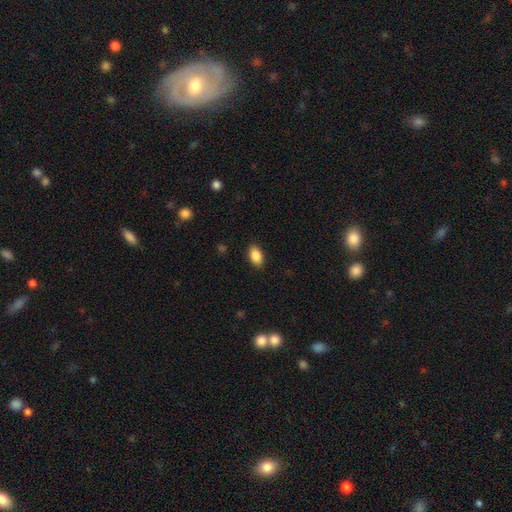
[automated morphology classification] A smooth galaxy with no disk features (88%) that is in between round and cigar-shaped (91%).

Vote fractions:
- Smooth or featured? smooth: 88% / star or artifact: 8% / featured or disk: 4%
- How rounded? in between: 91% / round: 7% / cigar-shaped: 2%
- Merging? none: 88% / minor disturbance: 9% / major disturbance: 2% / merger: 1%